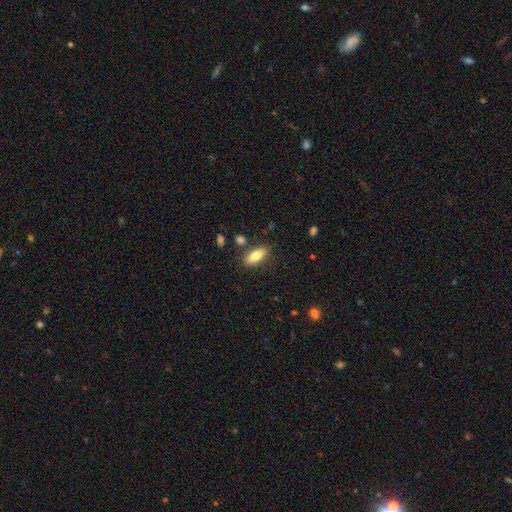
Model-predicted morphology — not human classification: Smooth or featured: smooth — 77% (featured or disk — 16%)
How rounded: in between — 78% (cigar-shaped — 19%)
Merging: none — 81% (minor disturbance — 12%)